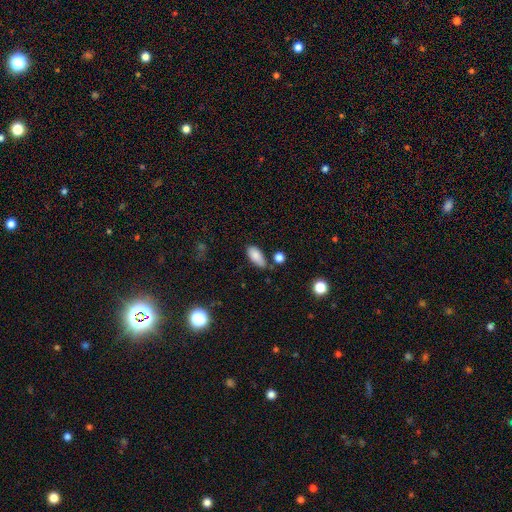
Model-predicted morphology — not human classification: A smooth galaxy with no disk features (84%) that is in between round and cigar-shaped (88%). Merging: none (62%).